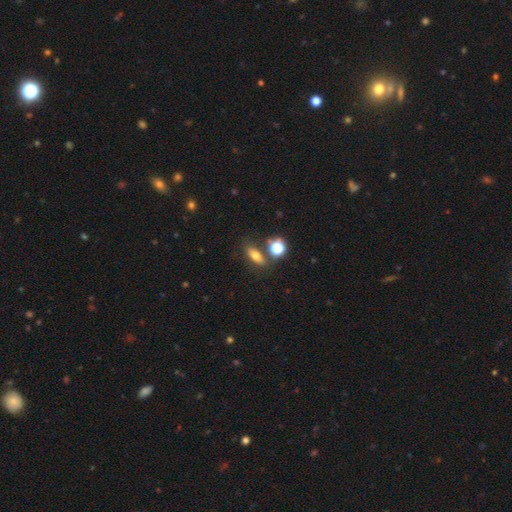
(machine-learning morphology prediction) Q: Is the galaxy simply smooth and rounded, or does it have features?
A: smooth — 64%.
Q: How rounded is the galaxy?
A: in between — 60%.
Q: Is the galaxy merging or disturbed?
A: none — 70%.